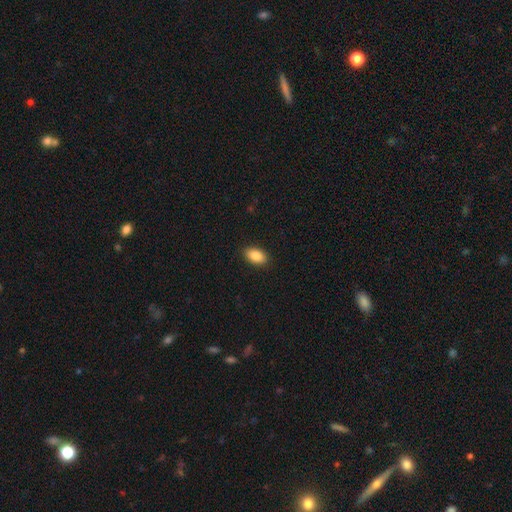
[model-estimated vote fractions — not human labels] smooth_or_featured: smooth (p=0.88) [alt: star or artifact p=0.07]
how_rounded: in between (p=0.92) [alt: round p=0.06]
merging: none (p=0.90) [alt: minor disturbance p=0.07]